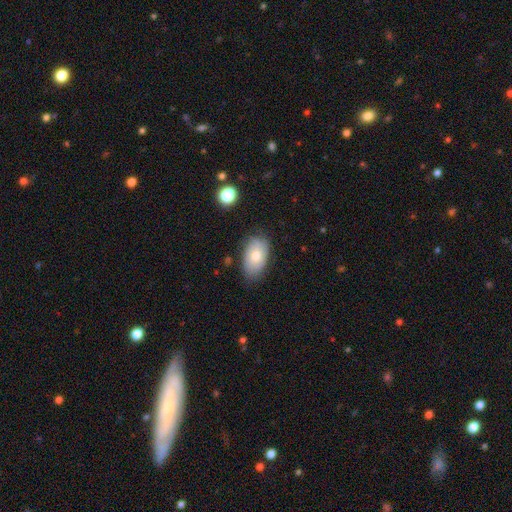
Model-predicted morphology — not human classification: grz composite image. It shows a smooth galaxy with no disk features (73%) that is in between round and cigar-shaped (92%). Merging: none (74%).